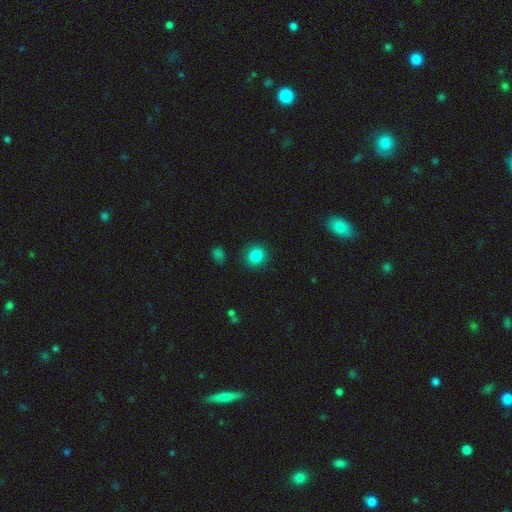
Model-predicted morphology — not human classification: Q: Smooth or featured?
A: smooth (85%); runner-up: star or artifact (11%)
Q: How rounded?
A: round (88%); runner-up: in between (11%)
Q: Merging?
A: none (89%); runner-up: minor disturbance (7%)